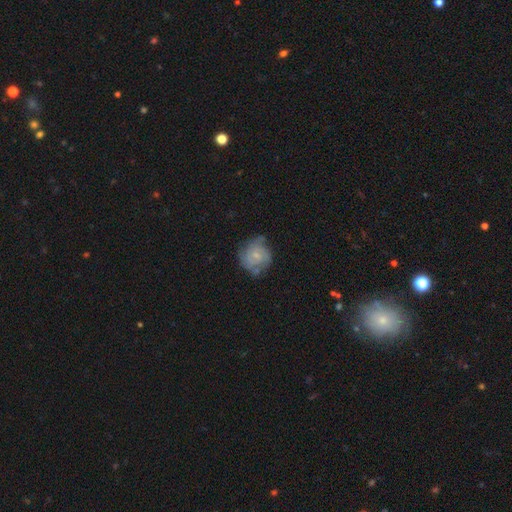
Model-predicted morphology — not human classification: smooth_or_featured: featured or disk (p=0.68) [alt: smooth p=0.26]
disk_edge_on: no (p=0.98) [alt: yes p=0.02]
bar: no (p=0.69) [alt: weak p=0.27]
has_spiral_arms: yes (p=0.89) [alt: no p=0.11]
spiral_winding: tight (p=0.59) [alt: medium p=0.32]
spiral_arm_count: 2 (p=0.35) [alt: can't tell p=0.31]
bulge_size: small (p=0.68) [alt: moderate p=0.23]
merging: none (p=0.59) [alt: minor disturbance p=0.27]